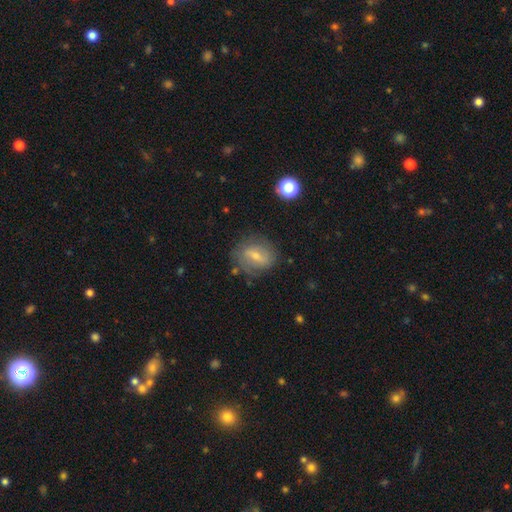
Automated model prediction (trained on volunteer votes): smooth_or_featured: featured or disk (p=0.46) [alt: smooth p=0.45]
merging: none (p=0.70) [alt: minor disturbance p=0.19]